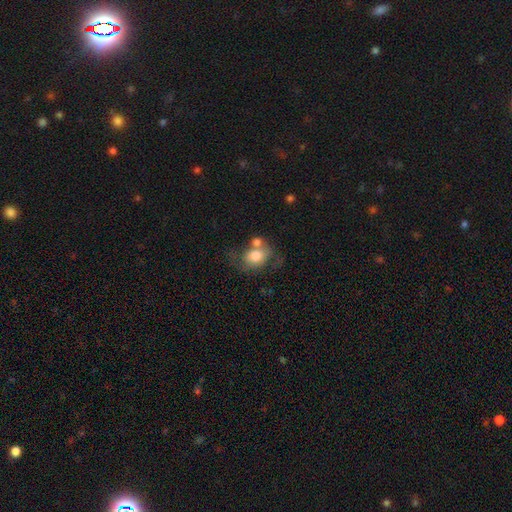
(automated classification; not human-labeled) Morphology: type=smooth (67%); roundness=in between (52%); merging=none (37%).